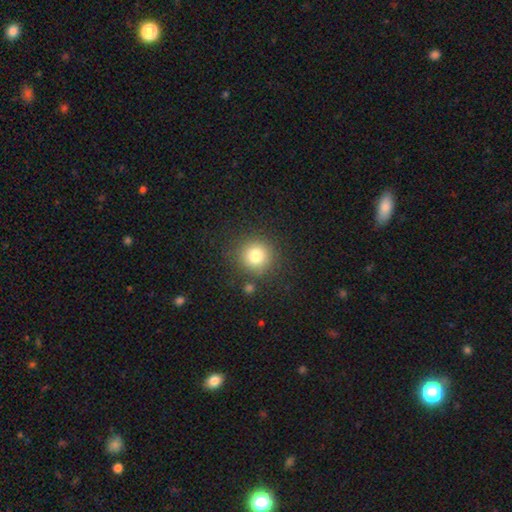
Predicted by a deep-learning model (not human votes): Smooth or featured: smooth — 80% (star or artifact — 12%)
How rounded: round — 93% (in between — 6%)
Merging: none — 84% (minor disturbance — 8%)